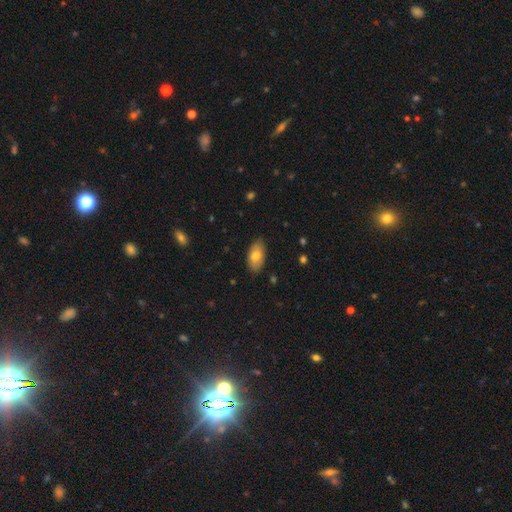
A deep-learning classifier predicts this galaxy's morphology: The model was most divided on "smooth or featured": smooth: 75%, featured or disk: 19%, star or artifact: 6%. More confident: how rounded — in between (94%); merging — none (84%).